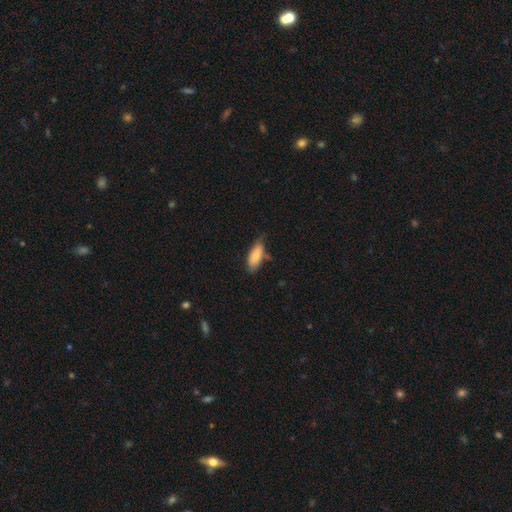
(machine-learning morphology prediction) A smooth galaxy with no disk features (85%) that is in between round and cigar-shaped (76%). Merging: none (63%).